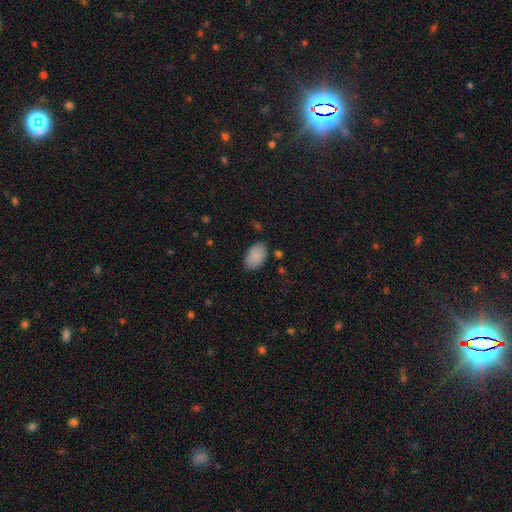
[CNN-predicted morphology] Smooth or featured? smooth (89%)
How rounded? in between (93%)
Merging? none (84%)